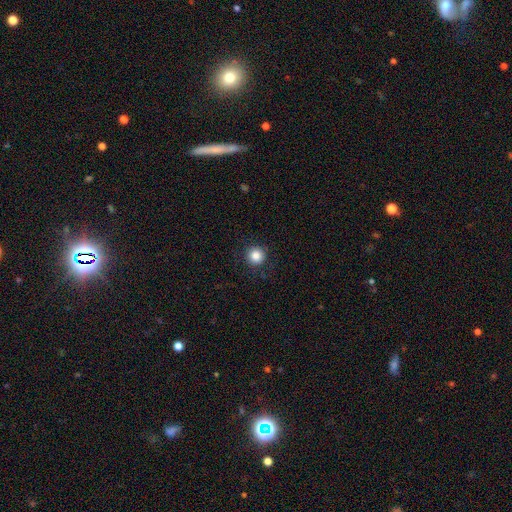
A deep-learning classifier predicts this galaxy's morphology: This is clearly a smooth galaxy (85%). How rounded: clearly round (95%). Merging: clearly none (90%).